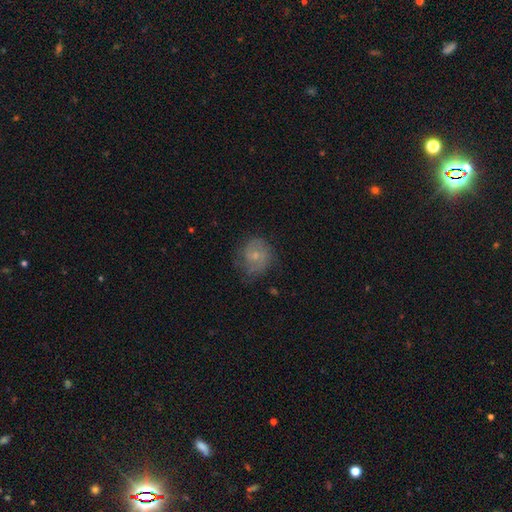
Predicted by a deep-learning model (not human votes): Morphology: type=featured or disk (50%); merging=none (62%).